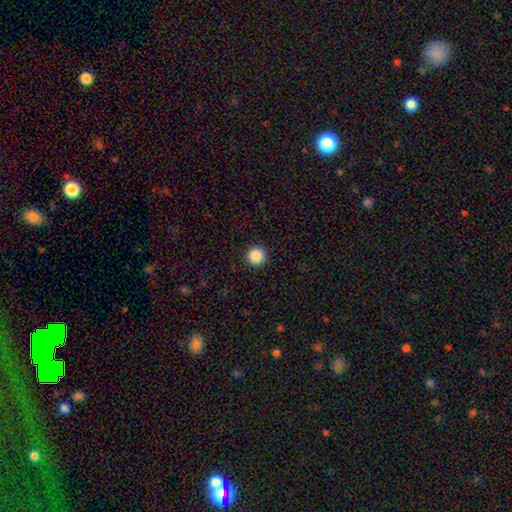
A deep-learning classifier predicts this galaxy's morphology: This is clearly a smooth galaxy (88%). How rounded: clearly round (96%). Merging: clearly none (93%).